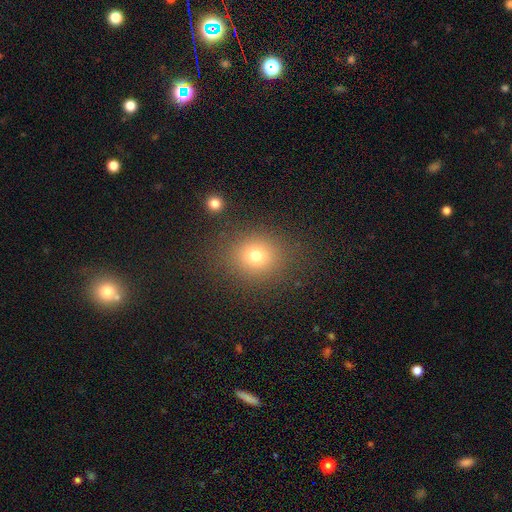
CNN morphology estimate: Smooth or featured? smooth (74%)
How rounded? round (76%)
Merging? none (83%)